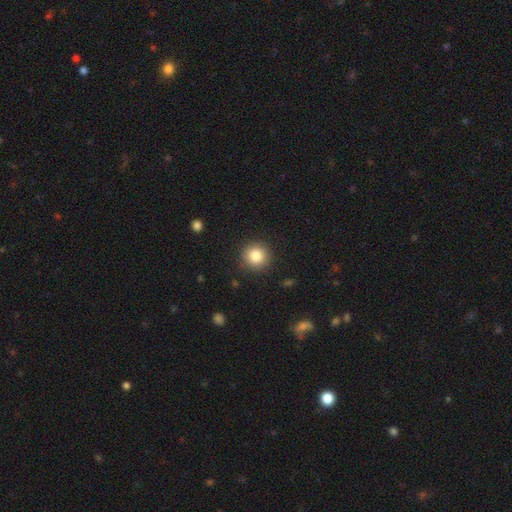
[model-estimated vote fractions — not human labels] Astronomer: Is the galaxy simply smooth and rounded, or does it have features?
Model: smooth — 84%.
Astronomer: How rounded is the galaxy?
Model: round — 94%.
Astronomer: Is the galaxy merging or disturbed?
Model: none — 90%.